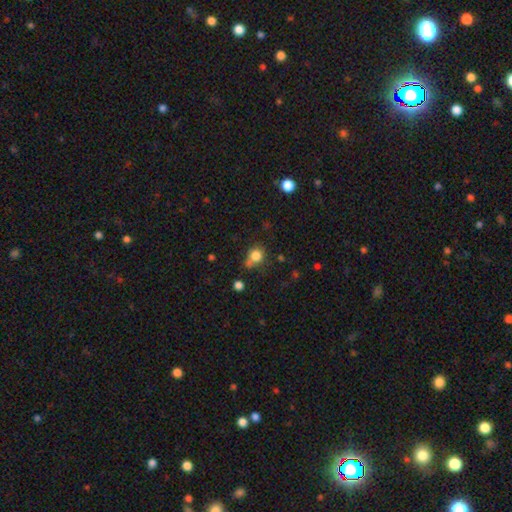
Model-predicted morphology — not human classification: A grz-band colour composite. It shows a smooth galaxy with no disk features (80%) that is round (79%). Merging: none (52%).